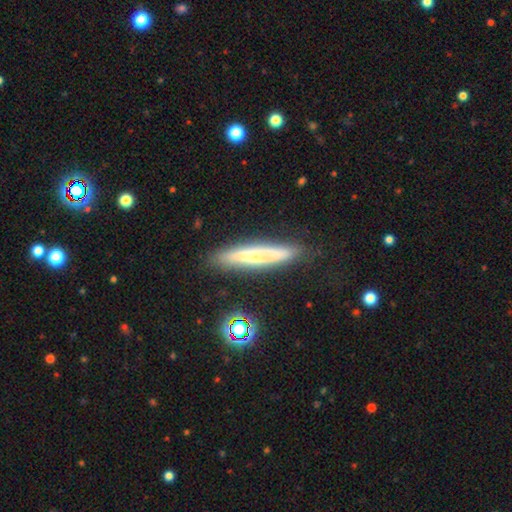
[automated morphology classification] Smooth or featured? Predicted: smooth (p=0.49). Merging? Predicted: none (p=0.84).